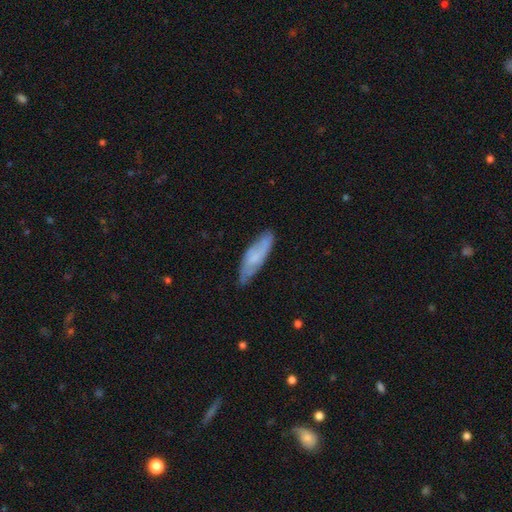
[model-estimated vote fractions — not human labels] smooth-or-featured: smooth: 47% | featured or disk: 46% | star or artifact: 7%
  merging: none: 73% | minor disturbance: 21% | major disturbance: 4% | merger: 2%